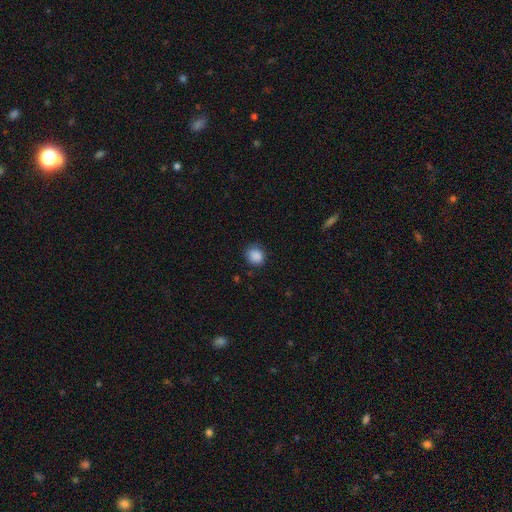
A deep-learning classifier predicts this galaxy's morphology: smooth 88%, star or artifact 9%, featured or disk 3%. Down the decision tree: how rounded — round (79%); merging — none (81%).